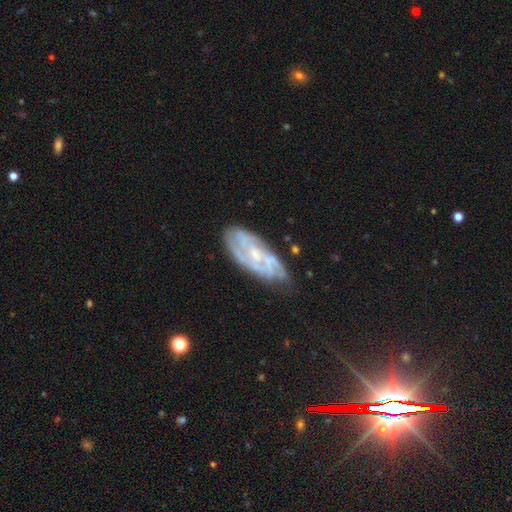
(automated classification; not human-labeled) Overall: featured or disk (72%). Edge-on disk: no (88%). Bar: no (61%; weak 31%). Spiral arms: yes (77%). Bulge size: small (62%; moderate 26%). Merging: none (65%).